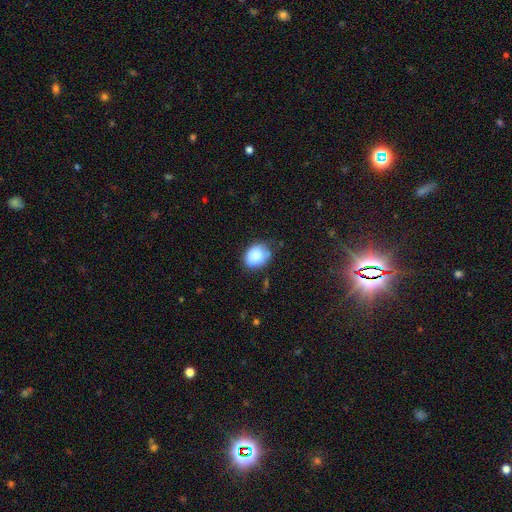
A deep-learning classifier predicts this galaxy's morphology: smooth_or_featured: smooth (p=0.85) [alt: star or artifact p=0.08]
how_rounded: in between (p=0.50) [alt: round p=0.49]
merging: none (p=0.69) [alt: minor disturbance p=0.23]